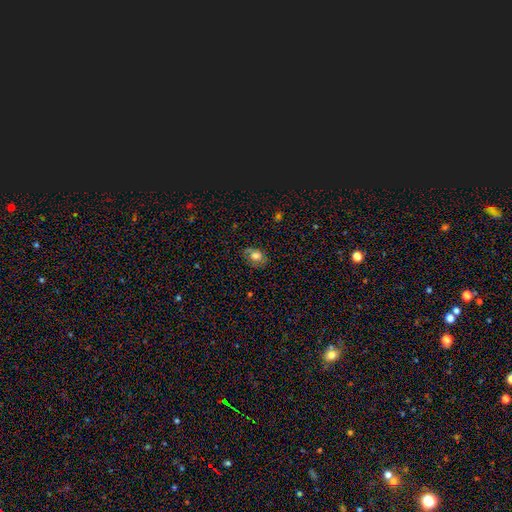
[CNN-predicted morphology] smooth_or_featured: smooth (p=0.72) [alt: featured or disk p=0.17]
how_rounded: in between (p=0.70) [alt: round p=0.28]
merging: none (p=0.72) [alt: minor disturbance p=0.21]